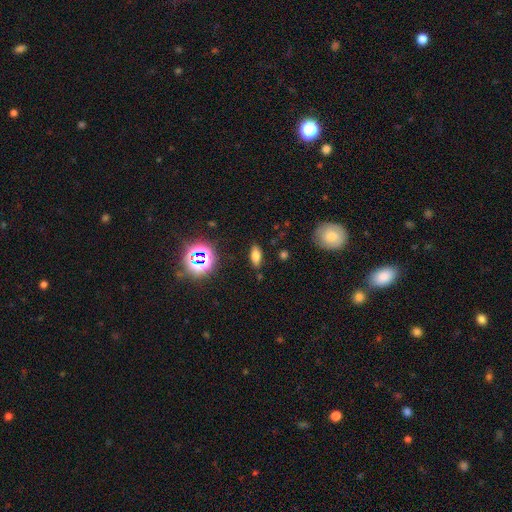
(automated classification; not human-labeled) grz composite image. It shows a smooth galaxy with no disk features (67%) that is in between round and cigar-shaped (79%). Merging: none (86%).